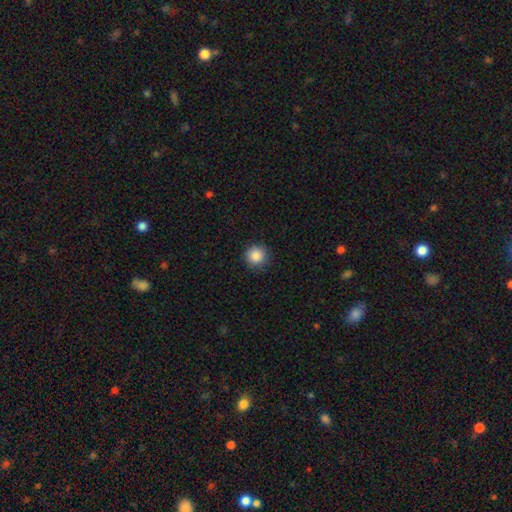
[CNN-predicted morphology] This is clearly a smooth galaxy (87%). How rounded: clearly round (95%). Merging: clearly none (90%).